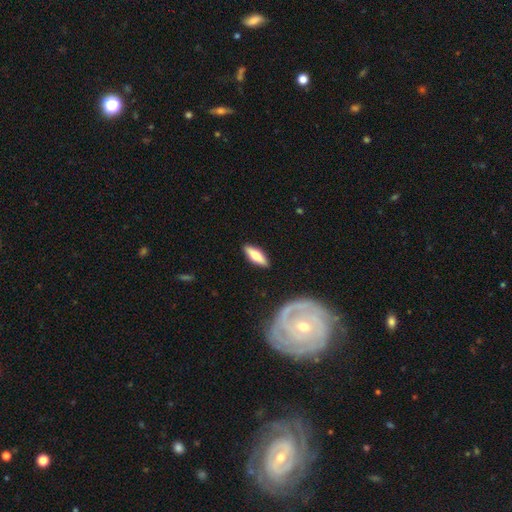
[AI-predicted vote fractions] smooth-or-featured: smooth: 59% | featured or disk: 35% | star or artifact: 6%
  how-rounded: in between: 52% | cigar-shaped: 46% | round: 2%
  merging: none: 88% | minor disturbance: 8% | major disturbance: 2% | merger: 2%